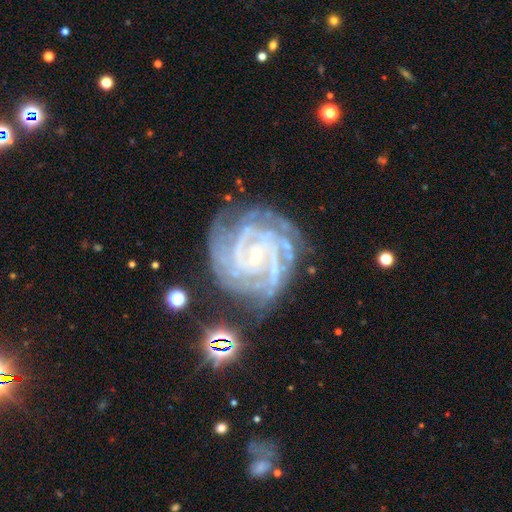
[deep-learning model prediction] A featured or disk galaxy (90%) with no bar (45%), 4 (26%) tight (72%) spiral arms (98%) and a small central bulge (84%). Merging: none (68%).